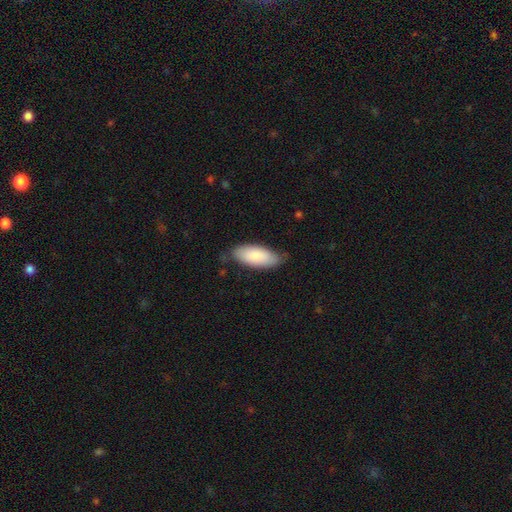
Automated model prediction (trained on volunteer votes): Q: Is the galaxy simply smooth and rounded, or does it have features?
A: smooth — 82%.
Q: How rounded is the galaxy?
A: in between — 85%.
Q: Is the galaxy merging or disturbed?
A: none — 70%.